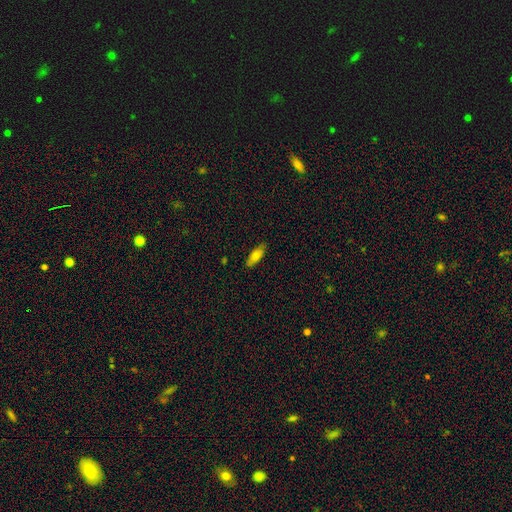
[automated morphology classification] This is likely a smooth galaxy (70%). How rounded: likely in between (62%). Merging: clearly none (86%).